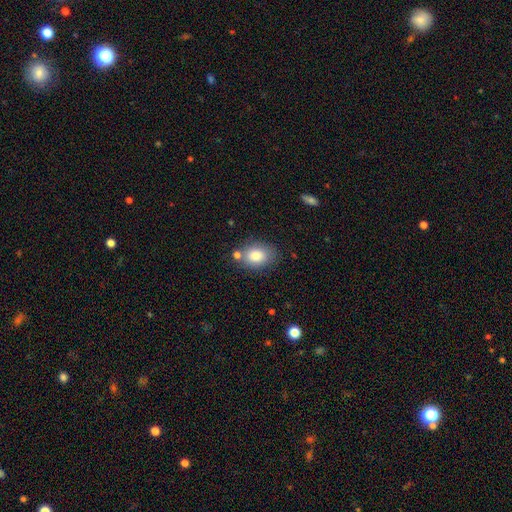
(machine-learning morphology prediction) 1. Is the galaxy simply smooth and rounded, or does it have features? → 82% smooth, 9% featured or disk, 8% star or artifact.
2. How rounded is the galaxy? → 69% in between, 30% round, 1% cigar-shaped.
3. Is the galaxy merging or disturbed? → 72% none, 15% minor disturbance, 8% merger, 4% major disturbance.